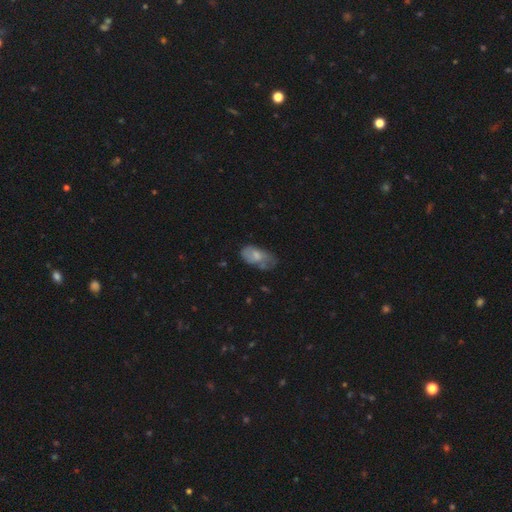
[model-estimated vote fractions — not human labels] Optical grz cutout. It shows a smooth galaxy with no disk features (61%) that is in between round and cigar-shaped (92%). Merging: minor disturbance (37%).